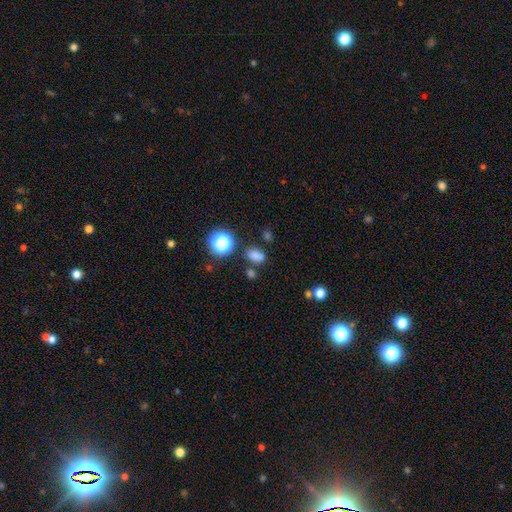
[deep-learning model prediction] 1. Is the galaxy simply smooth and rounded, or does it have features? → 76% smooth, 19% star or artifact, 5% featured or disk.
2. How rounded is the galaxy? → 77% in between, 21% round, 2% cigar-shaped.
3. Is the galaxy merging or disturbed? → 75% none, 13% minor disturbance, 8% merger, 4% major disturbance.